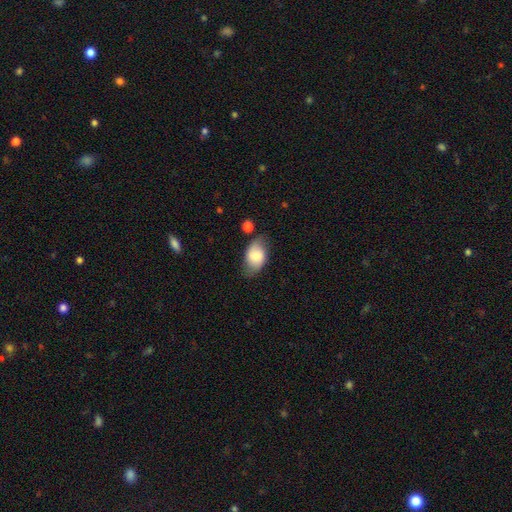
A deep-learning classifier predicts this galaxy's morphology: Smooth or featured?
  - smooth: 71% *
  - featured or disk: 21%
  - star or artifact: 7%
How rounded?
  - in between: 87% *
  - round: 11%
  - cigar-shaped: 2%
Merging?
  - none: 64% *
  - minor disturbance: 24%
  - major disturbance: 7%
  - merger: 4%